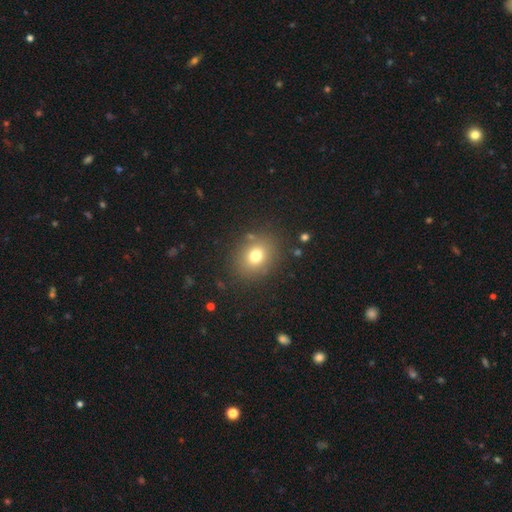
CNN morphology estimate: Overall: smooth (73%). How rounded: round (58%; in between 41%). Merging: none (84%).